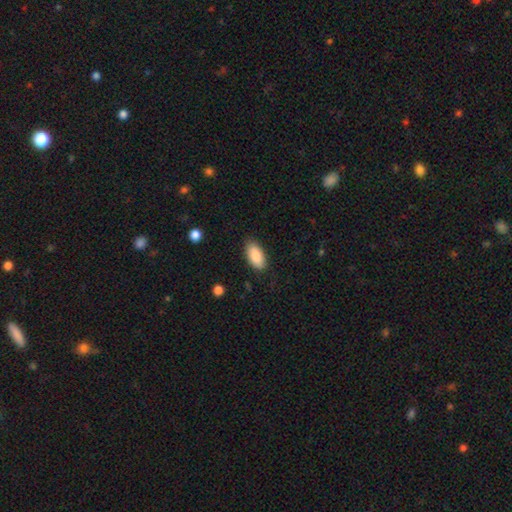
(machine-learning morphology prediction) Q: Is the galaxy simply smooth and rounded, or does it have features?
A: smooth — 87%.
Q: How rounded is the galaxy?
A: in between — 92%.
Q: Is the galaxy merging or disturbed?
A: none — 85%.